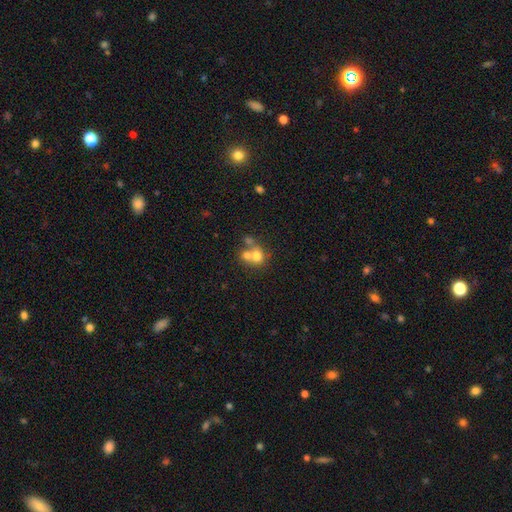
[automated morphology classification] A smooth galaxy with no disk features (68%) that is round (77%). Merging: merger (58%).